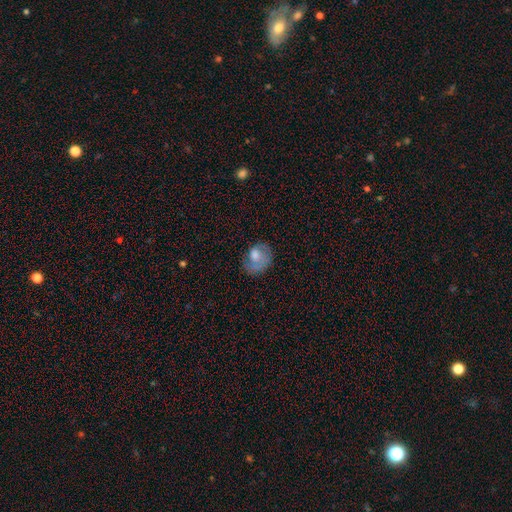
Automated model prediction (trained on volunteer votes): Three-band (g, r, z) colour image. It shows a smooth galaxy with no disk features (50%) that is in between round and cigar-shaped (56%). Merging: none (52%).